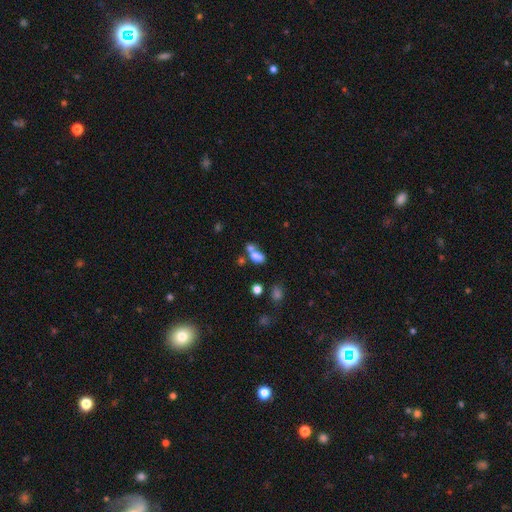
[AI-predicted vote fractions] A smooth galaxy with no disk features (74%) that is in between round and cigar-shaped (80%). Merging: merger (54%).